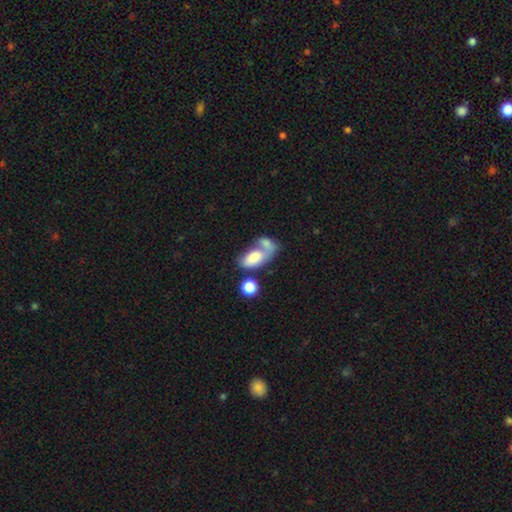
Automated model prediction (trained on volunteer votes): smooth 74%, featured or disk 19%, star or artifact 8%. Down the decision tree: how rounded — in between (90%); merging — merger (56%).